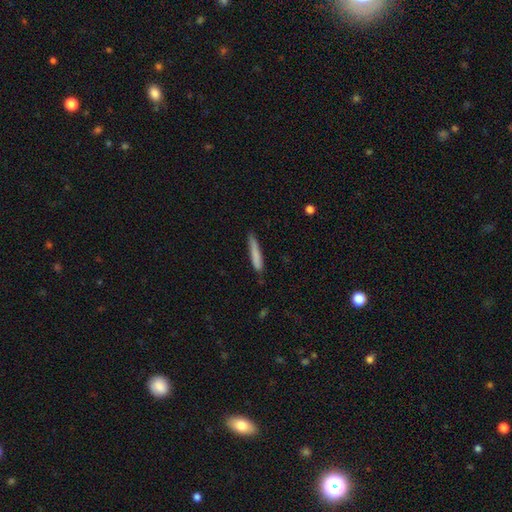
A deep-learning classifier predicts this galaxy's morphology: Smooth or featured? smooth (78%)
How rounded? cigar-shaped (94%)
Merging? none (77%)